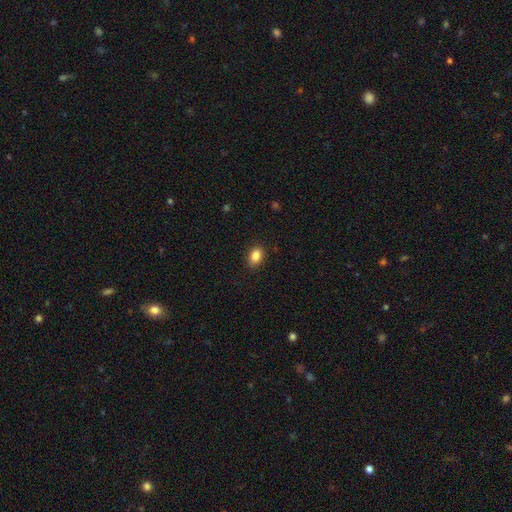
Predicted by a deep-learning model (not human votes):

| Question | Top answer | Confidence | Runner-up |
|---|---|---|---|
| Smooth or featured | smooth | 86% | star or artifact (9%) |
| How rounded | in between | 76% | round (22%) |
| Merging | none | 89% | minor disturbance (8%) |